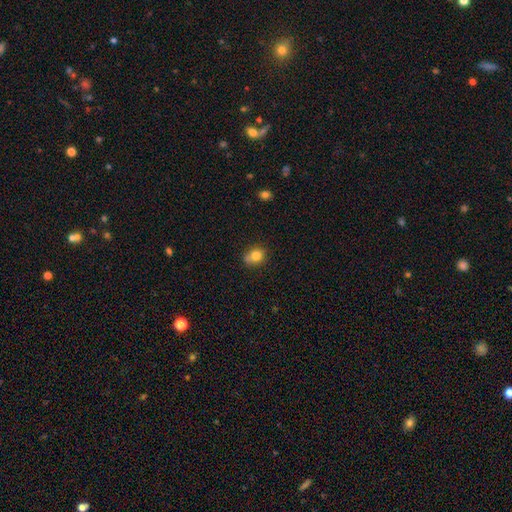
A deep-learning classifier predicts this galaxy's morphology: Smooth or featured? smooth (80%)
How rounded? round (61%)
Merging? none (61%)